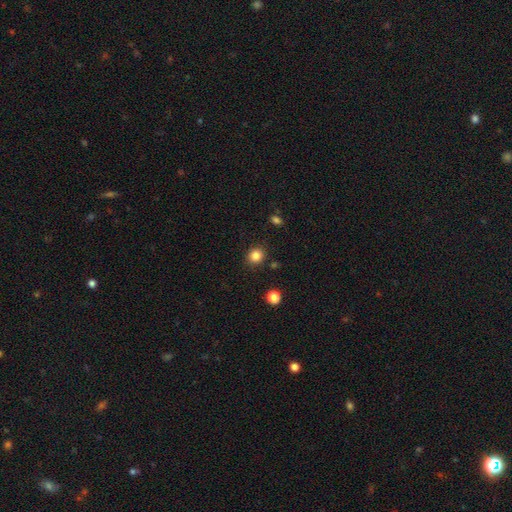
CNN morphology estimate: type=smooth (84%); roundness=round (83%); merging=none (87%).